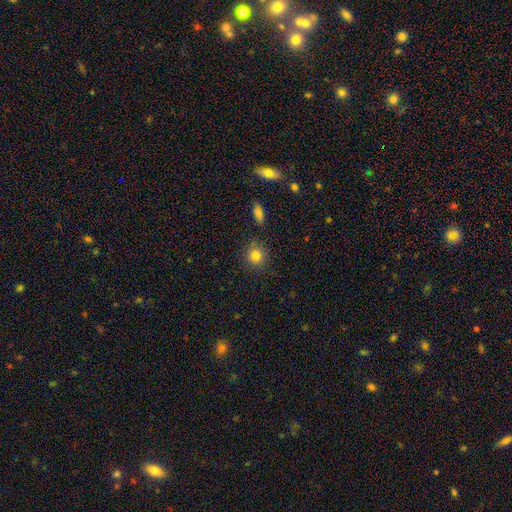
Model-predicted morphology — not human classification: This is clearly a smooth galaxy (82%). How rounded: clearly round (89%). Merging: clearly none (85%).